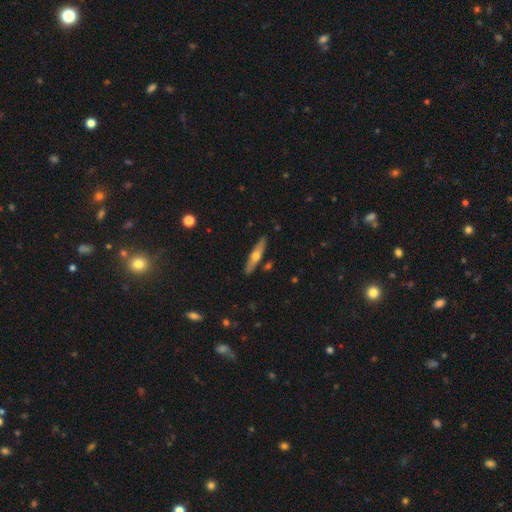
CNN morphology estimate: Smooth or featured: featured or disk — 50% (smooth — 45%)
Merging: none — 88% (minor disturbance — 8%)